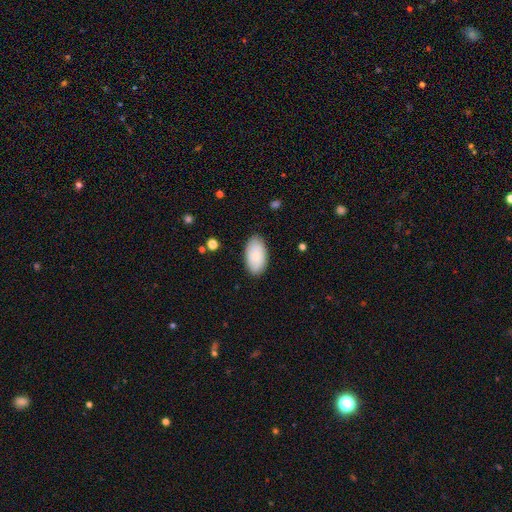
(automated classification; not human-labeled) Smooth or featured? smooth (85%)
How rounded? in between (95%)
Merging? none (86%)